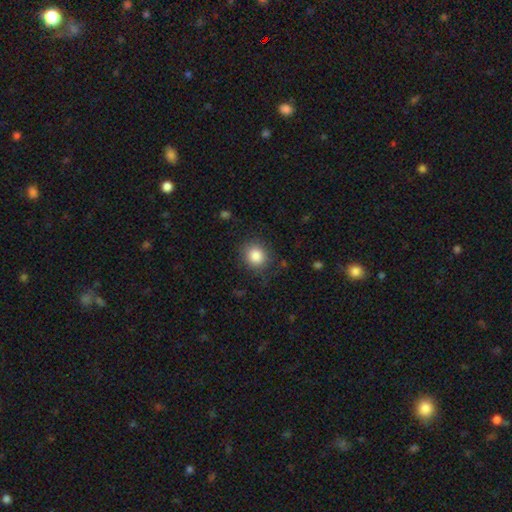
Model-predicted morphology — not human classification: Smooth or featured?
  - smooth: 85% *
  - star or artifact: 9%
  - featured or disk: 6%
How rounded?
  - round: 80% *
  - in between: 19%
  - cigar-shaped: 1%
Merging?
  - none: 82% *
  - minor disturbance: 12%
  - major disturbance: 4%
  - merger: 1%